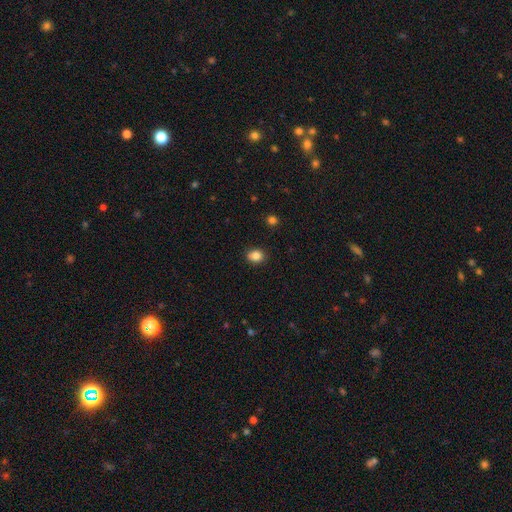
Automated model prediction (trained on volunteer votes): A smooth galaxy with no disk features (85%) that is round (50%).

Vote fractions:
- Smooth or featured? smooth: 85% / star or artifact: 10% / featured or disk: 4%
- How rounded? round: 50% / in between: 49% / cigar-shaped: 1%
- Merging? none: 88% / minor disturbance: 8% / major disturbance: 2% / merger: 1%